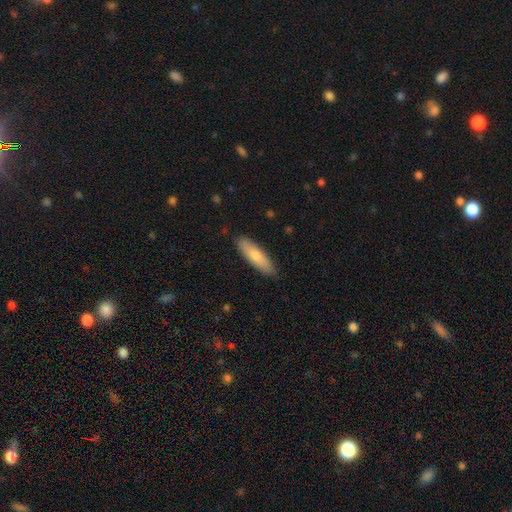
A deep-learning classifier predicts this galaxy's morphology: A smooth galaxy with no disk features (77%) that is cigar-shaped (64%). Merging: none (87%).